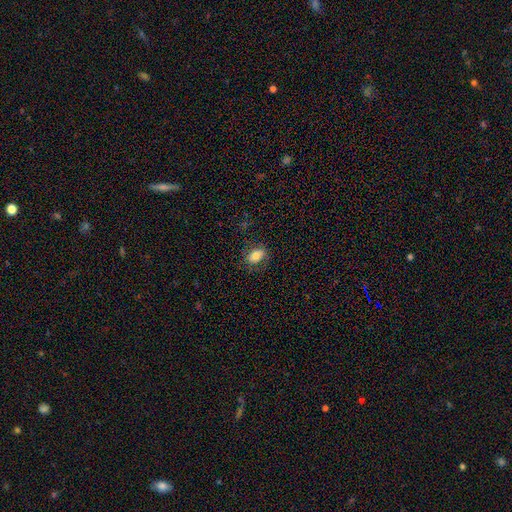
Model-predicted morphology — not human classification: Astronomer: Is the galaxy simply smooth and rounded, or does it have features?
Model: smooth — 76%.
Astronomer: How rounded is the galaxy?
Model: in between — 78%.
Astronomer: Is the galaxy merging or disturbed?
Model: none — 75%.